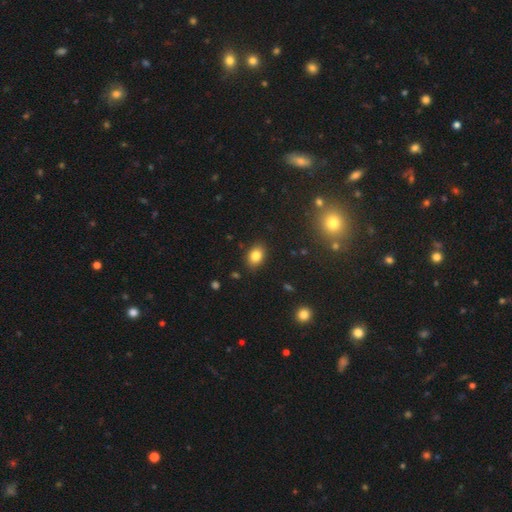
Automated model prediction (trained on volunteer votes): Smooth or featured?
  - smooth: 81% *
  - star or artifact: 11%
  - featured or disk: 8%
How rounded?
  - in between: 75% *
  - round: 24%
  - cigar-shaped: 1%
Merging?
  - none: 86% *
  - minor disturbance: 10%
  - major disturbance: 2%
  - merger: 1%